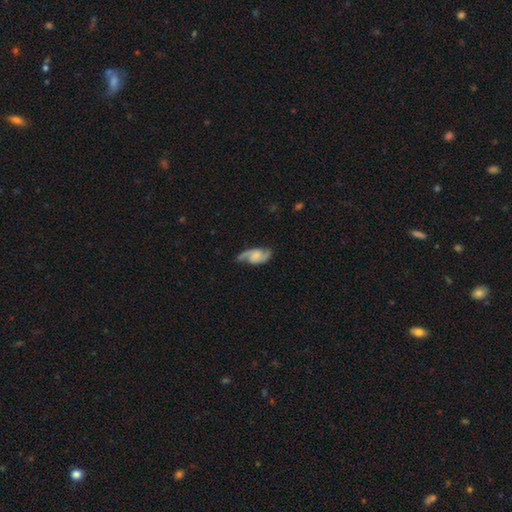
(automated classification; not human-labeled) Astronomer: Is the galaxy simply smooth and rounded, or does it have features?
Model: featured or disk — 83%.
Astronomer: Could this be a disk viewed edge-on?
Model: no — 97%.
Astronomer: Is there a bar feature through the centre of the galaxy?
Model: no — 51% (runner-up: weak, 39%).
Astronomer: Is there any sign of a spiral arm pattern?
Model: yes — 97%.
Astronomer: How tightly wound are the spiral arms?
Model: medium — 46% (runner-up: loose, 40%).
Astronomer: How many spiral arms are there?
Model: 2 — 91%.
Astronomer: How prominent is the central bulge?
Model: none — 40% (runner-up: small, 27%).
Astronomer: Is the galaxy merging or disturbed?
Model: none — 75%.